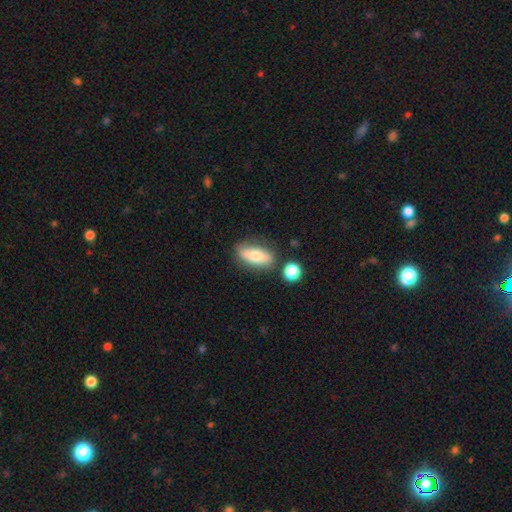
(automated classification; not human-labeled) Overall: smooth (67%). How rounded: in between (75%). Merging: none (76%).